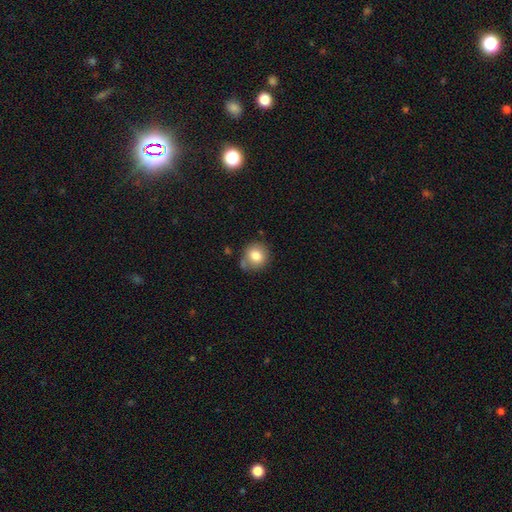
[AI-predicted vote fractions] The model was most divided on "merging": none: 70%, minor disturbance: 17%, merger: 8%, major disturbance: 5%. More confident: how rounded — round (84%); smooth or featured — smooth (81%).